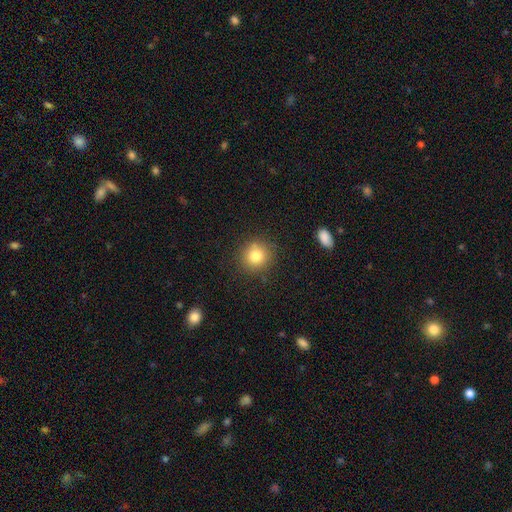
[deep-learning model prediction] Morphology: type=smooth (81%); roundness=round (88%); merging=none (83%).